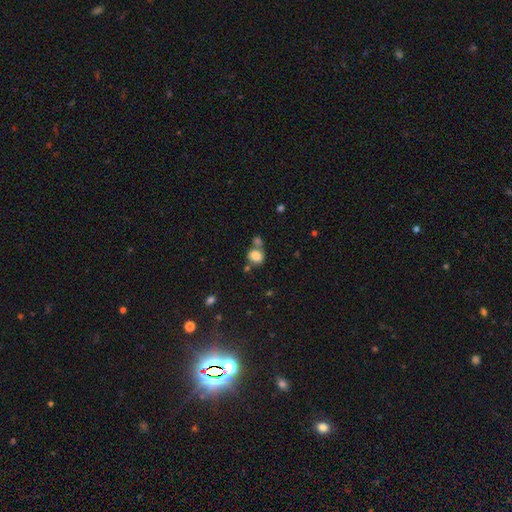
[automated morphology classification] smooth_or_featured: smooth (p=0.82) [alt: star or artifact p=0.10]
how_rounded: round (p=0.54) [alt: in between p=0.45]
merging: none (p=0.49) [alt: merger p=0.33]